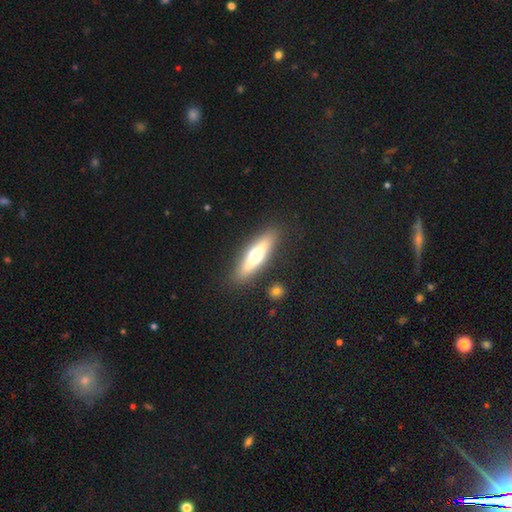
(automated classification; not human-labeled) This appears to be a smooth galaxy with no disk features (47%, tied with featured or disk). Merging: none (87%).